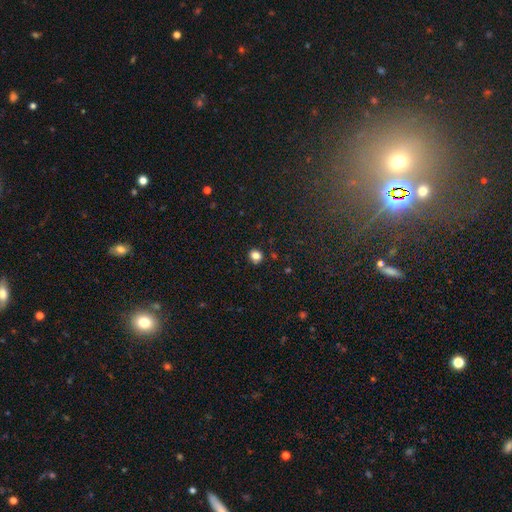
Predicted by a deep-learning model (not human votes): Smooth or featured?
  - smooth: 83% *
  - star or artifact: 12%
  - featured or disk: 4%
How rounded?
  - round: 79% *
  - in between: 20%
  - cigar-shaped: 1%
Merging?
  - none: 90% *
  - minor disturbance: 7%
  - major disturbance: 2%
  - merger: 1%